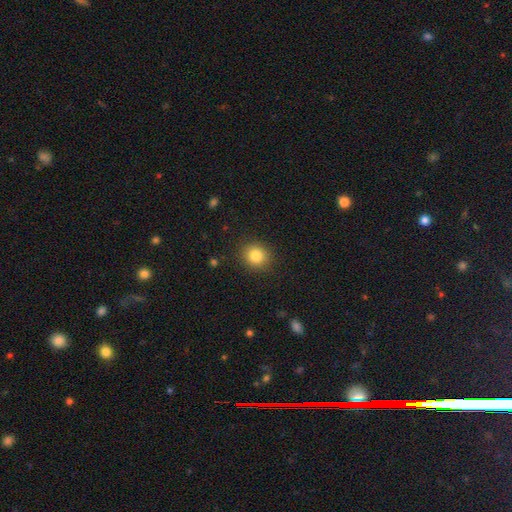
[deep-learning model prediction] Smooth or featured? smooth (84%)
How rounded? round (83%)
Merging? none (89%)